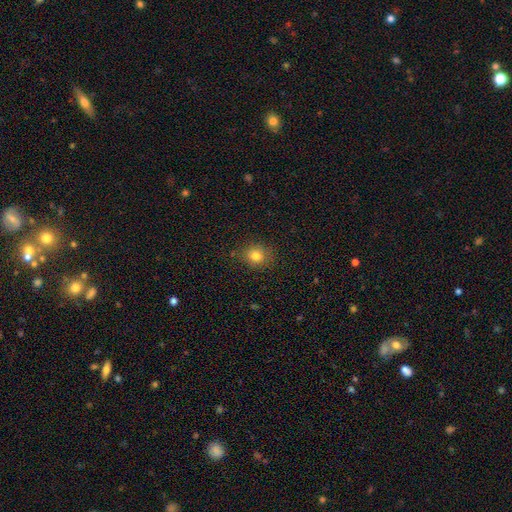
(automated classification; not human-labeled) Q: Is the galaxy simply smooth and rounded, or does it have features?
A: smooth — 81%.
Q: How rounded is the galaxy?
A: round — 74%.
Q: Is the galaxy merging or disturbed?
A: none — 83%.